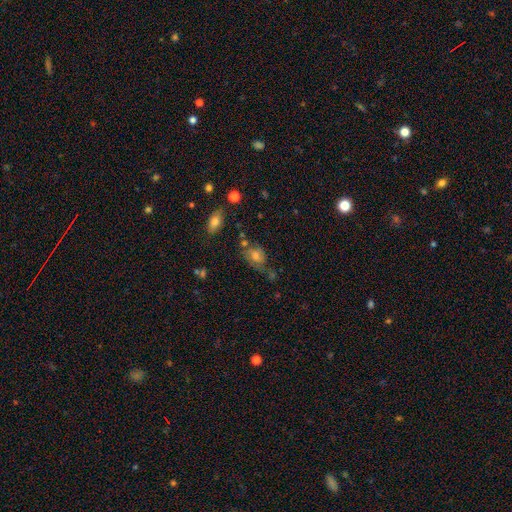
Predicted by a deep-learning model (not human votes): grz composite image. It shows a smooth galaxy with no disk features (55%) that is in between round and cigar-shaped (61%). Merging: none (53%).